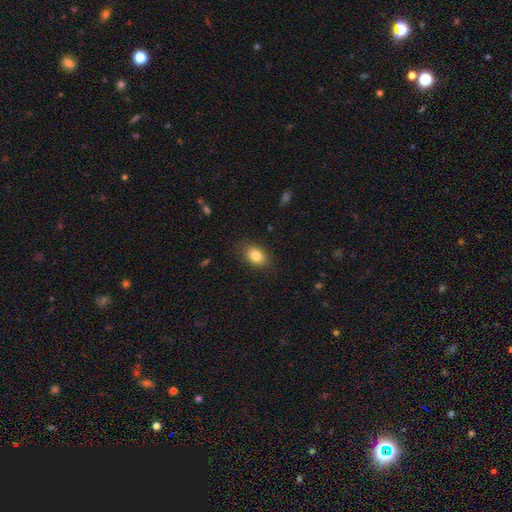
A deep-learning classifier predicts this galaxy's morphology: Smooth or featured?
  - smooth: 83% *
  - star or artifact: 9%
  - featured or disk: 8%
How rounded?
  - in between: 80% *
  - round: 19%
  - cigar-shaped: 1%
Merging?
  - none: 85% *
  - minor disturbance: 11%
  - major disturbance: 3%
  - merger: 1%